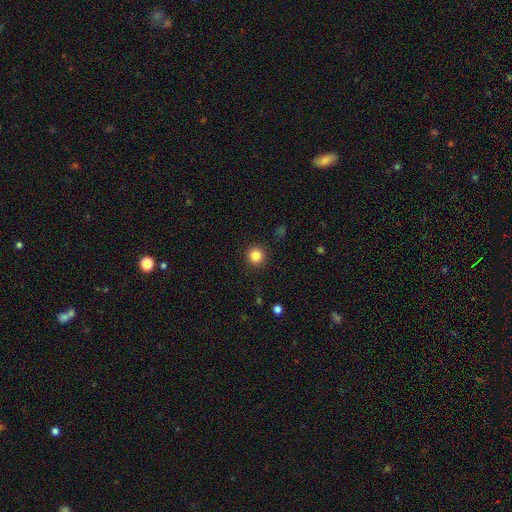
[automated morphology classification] smooth-or-featured: smooth: 85% | star or artifact: 11% | featured or disk: 5%
  how-rounded: round: 95% | in between: 4% | cigar-shaped: 1%
  merging: none: 92% | minor disturbance: 5% | major disturbance: 2% | merger: 1%